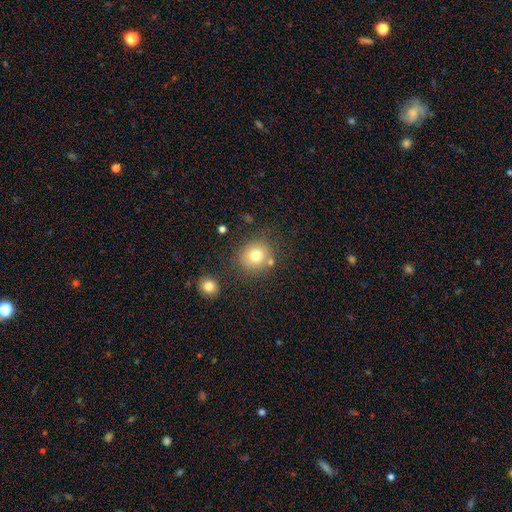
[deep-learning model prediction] Q: Smooth or featured?
A: smooth (77%); runner-up: star or artifact (12%)
Q: How rounded?
A: round (83%); runner-up: in between (16%)
Q: Merging?
A: none (75%); runner-up: minor disturbance (11%)